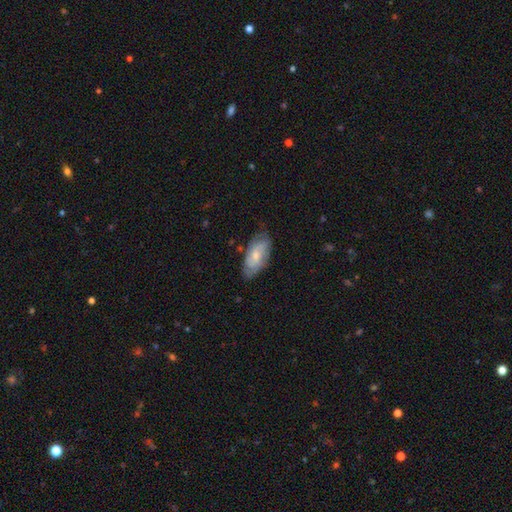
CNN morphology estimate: Smooth or featured?
  - smooth: 50% *
  - featured or disk: 44%
  - star or artifact: 6%
Merging?
  - none: 69% *
  - minor disturbance: 25%
  - major disturbance: 5%
  - merger: 1%